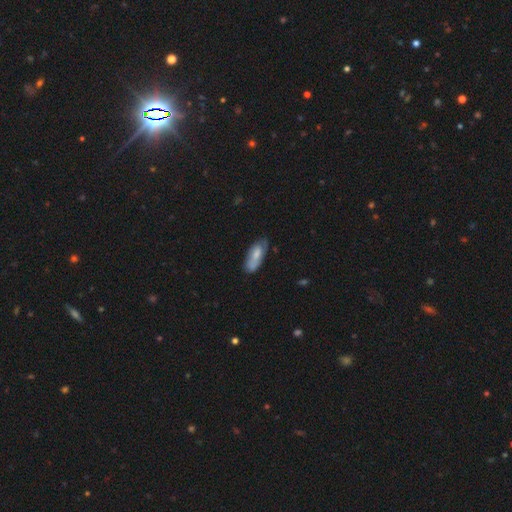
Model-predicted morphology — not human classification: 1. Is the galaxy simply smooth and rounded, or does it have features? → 67% smooth, 27% featured or disk, 6% star or artifact.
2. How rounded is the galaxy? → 77% in between, 21% cigar-shaped, 2% round.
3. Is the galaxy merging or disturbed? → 59% none, 30% minor disturbance, 8% major disturbance, 3% merger.